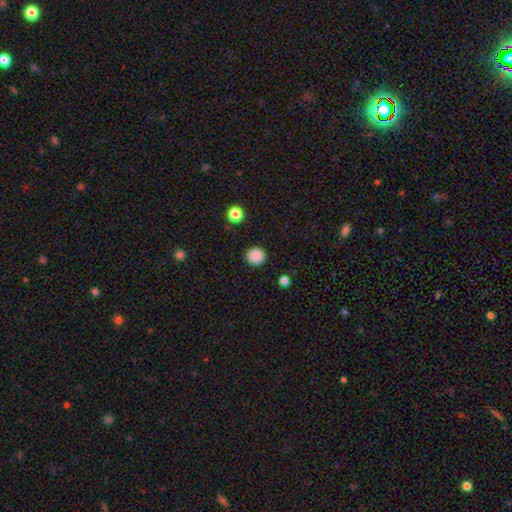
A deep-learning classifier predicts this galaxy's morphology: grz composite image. It shows a smooth galaxy with no disk features (88%) that is round (95%). Merging: none (92%).